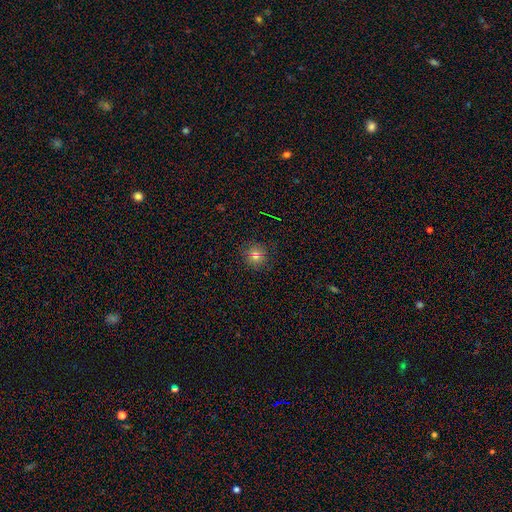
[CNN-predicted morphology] Q: Smooth or featured?
A: smooth (76%); runner-up: star or artifact (17%)
Q: How rounded?
A: round (91%); runner-up: in between (8%)
Q: Merging?
A: none (88%); runner-up: minor disturbance (9%)